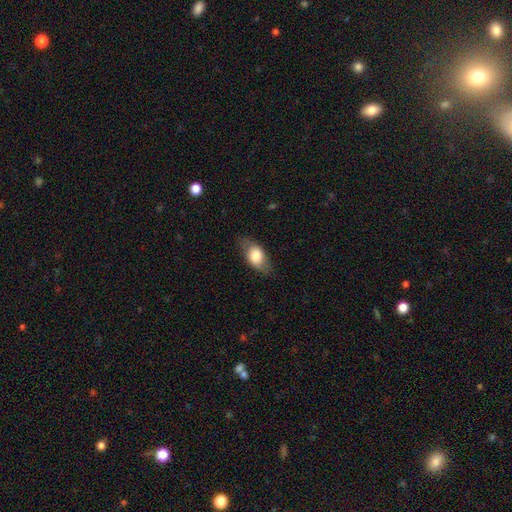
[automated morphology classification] Overall: smooth (73%). How rounded: in between (86%). Merging: none (77%).